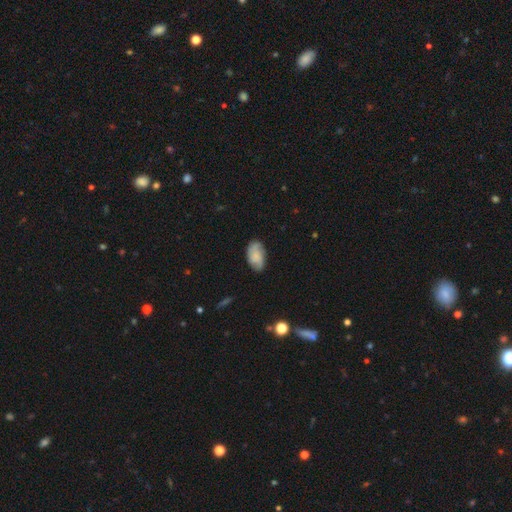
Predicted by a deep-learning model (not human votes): smooth_or_featured: smooth (p=0.53) [alt: featured or disk p=0.39]
how_rounded: in between (p=0.92) [alt: round p=0.06]
merging: none (p=0.72) [alt: minor disturbance p=0.22]